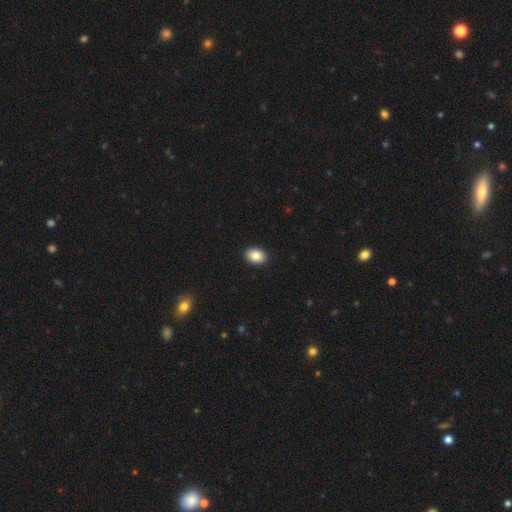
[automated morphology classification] smooth-or-featured: smooth: 87% | star or artifact: 8% | featured or disk: 5%
  how-rounded: in between: 78% | round: 21% | cigar-shaped: 1%
  merging: none: 92% | minor disturbance: 5% | major disturbance: 2% | merger: 1%